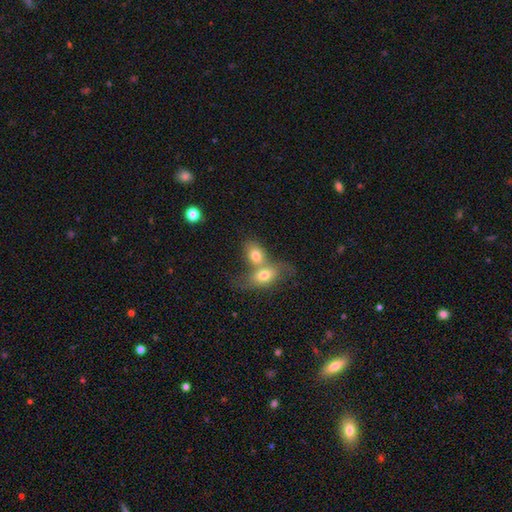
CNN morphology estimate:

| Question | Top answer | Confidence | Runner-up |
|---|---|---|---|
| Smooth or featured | smooth | 73% | featured or disk (19%) |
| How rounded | in between | 76% | round (21%) |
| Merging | merger | 70% | none (18%) |